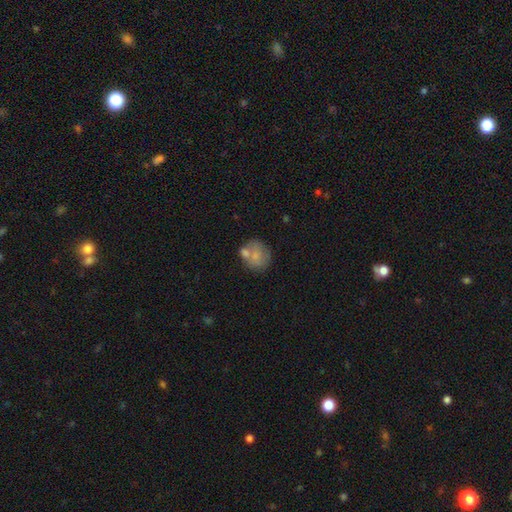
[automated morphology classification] A smooth galaxy with no disk features (69%) that is round (69%).

Vote fractions:
- Smooth or featured? smooth: 69% / featured or disk: 22% / star or artifact: 8%
- How rounded? round: 69% / in between: 30% / cigar-shaped: 1%
- Merging? none: 45% / merger: 30% / minor disturbance: 18% / major disturbance: 8%